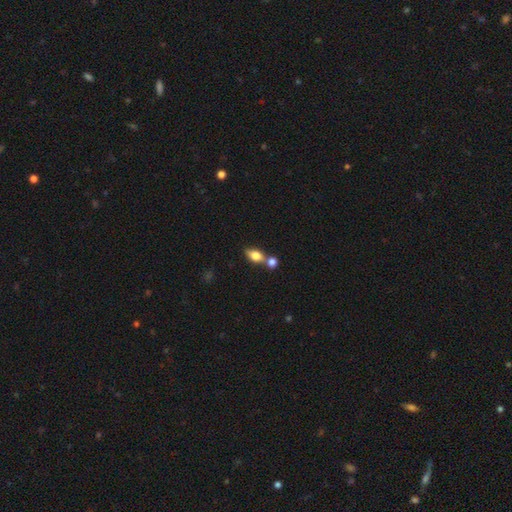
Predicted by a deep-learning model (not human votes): Smooth or featured? Predicted: smooth (p=0.77). How rounded? Predicted: in between (p=0.79). Merging? Predicted: none (p=0.45).